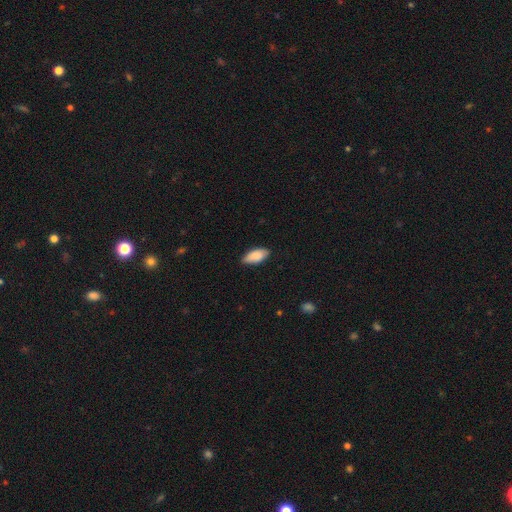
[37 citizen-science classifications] This appears to be a smooth galaxy with no disk features (76%) that is in between round and cigar-shaped (86%). Merging: none (91%).